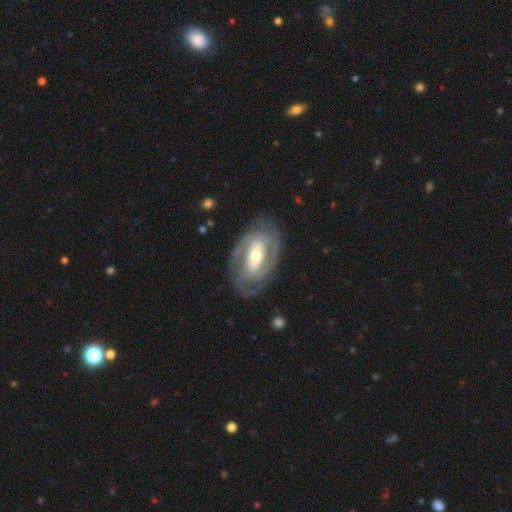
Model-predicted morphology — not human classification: Overall: featured or disk (85%). Edge-on disk: no (95%). Bar: strong (44%; weak 32%). Spiral arms: yes (90%). Spiral arm count: 2 (74%). Spiral winding: tight (60%; medium 32%). Bulge size: moderate (57%; small 31%). Merging: none (80%).